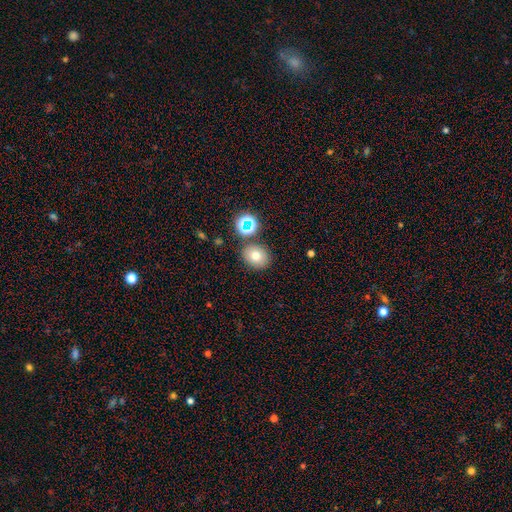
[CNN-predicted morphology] Smooth or featured? smooth (73%)
How rounded? round (62%)
Merging? none (80%)